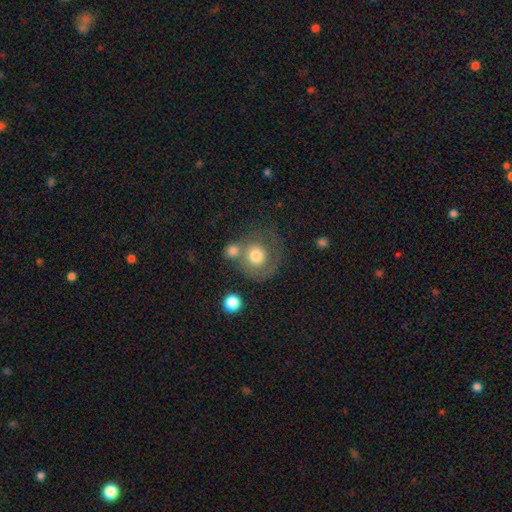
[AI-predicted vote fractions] smooth 61%, featured or disk 31%, star or artifact 8%. Down the decision tree: how rounded — round (88%); merging — none (45%).